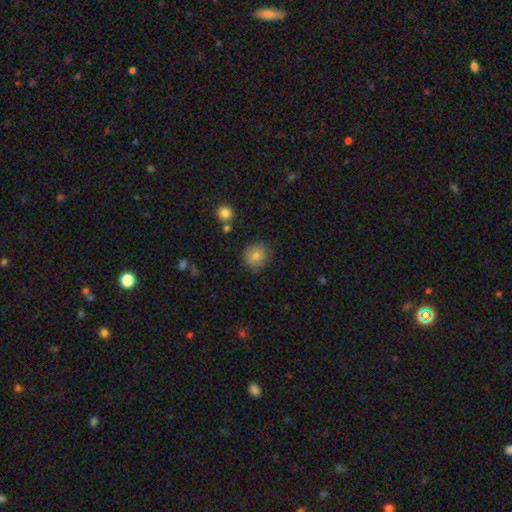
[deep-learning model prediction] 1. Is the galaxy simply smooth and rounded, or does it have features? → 79% smooth, 11% featured or disk, 10% star or artifact.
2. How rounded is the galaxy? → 88% round, 11% in between, 1% cigar-shaped.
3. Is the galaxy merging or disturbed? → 85% none, 10% minor disturbance, 2% major disturbance, 2% merger.